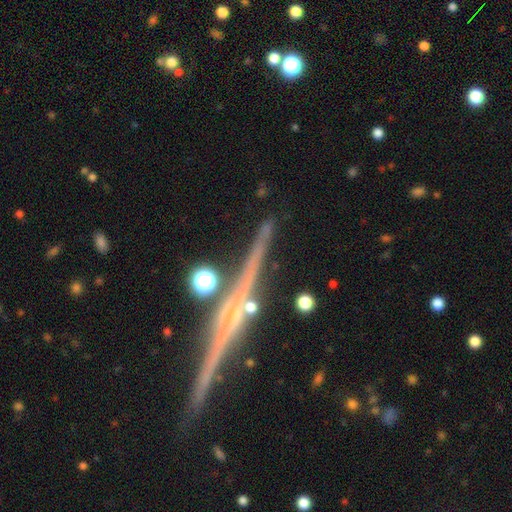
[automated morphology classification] smooth_or_featured: featured or disk (p=0.80) [alt: star or artifact p=0.11]
disk_edge_on: yes (p=0.97) [alt: no p=0.03]
edge_on_bulge: rounded (p=0.55) [alt: none p=0.32]
merging: none (p=0.86) [alt: minor disturbance p=0.08]